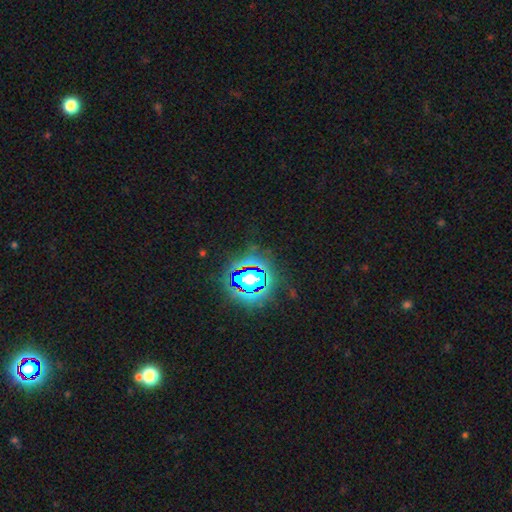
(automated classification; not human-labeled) Smooth or featured: star or artifact — 80% (smooth — 12%)